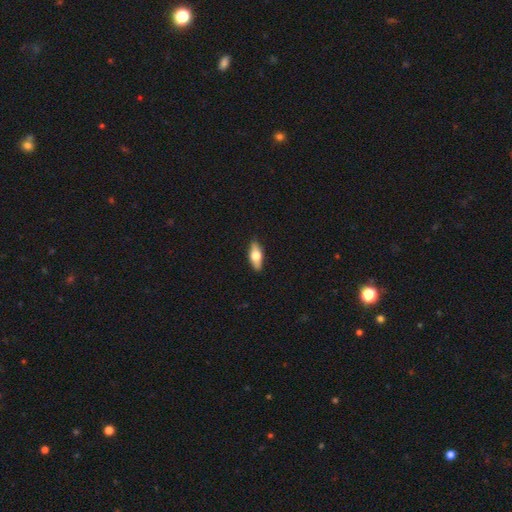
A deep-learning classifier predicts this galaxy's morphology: Smooth or featured?
  - smooth: 55% *
  - featured or disk: 38%
  - star or artifact: 6%
How rounded?
  - in between: 70% *
  - cigar-shaped: 27%
  - round: 4%
Merging?
  - none: 88% *
  - minor disturbance: 9%
  - major disturbance: 2%
  - merger: 1%